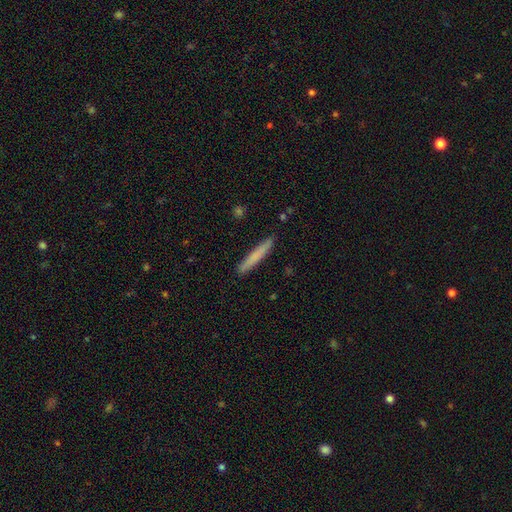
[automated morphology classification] smooth 74%, featured or disk 20%, star or artifact 6%. Down the decision tree: how rounded — cigar-shaped (96%); merging — none (90%).